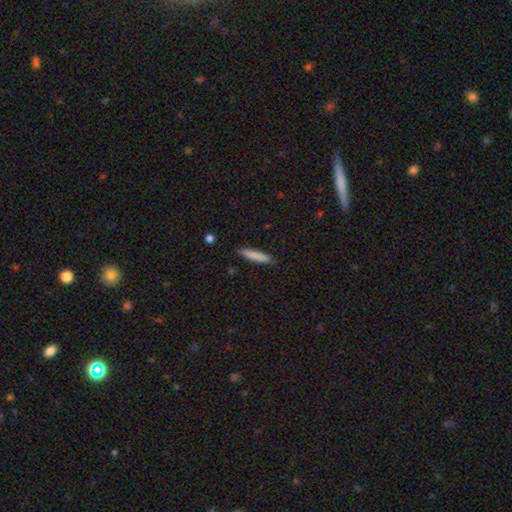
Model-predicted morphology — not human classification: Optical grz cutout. It shows a smooth galaxy with no disk features (83%) that is cigar-shaped (89%). Merging: none (88%).